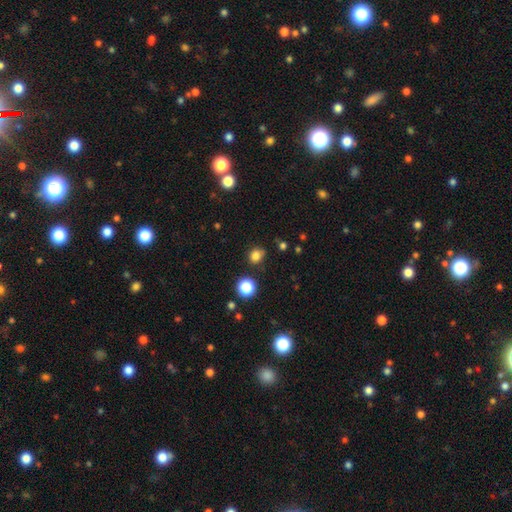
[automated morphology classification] Q: Smooth or featured?
A: smooth (81%); runner-up: star or artifact (15%)
Q: How rounded?
A: round (64%); runner-up: in between (35%)
Q: Merging?
A: none (78%); runner-up: minor disturbance (15%)